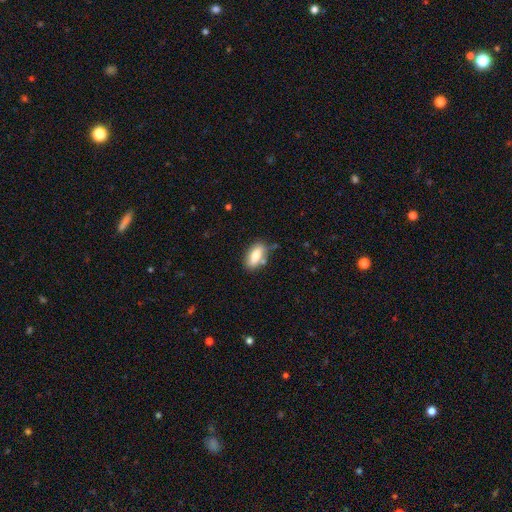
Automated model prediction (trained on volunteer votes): Smooth or featured?
  - smooth: 75% *
  - featured or disk: 17%
  - star or artifact: 7%
How rounded?
  - in between: 87% *
  - cigar-shaped: 9%
  - round: 4%
Merging?
  - none: 74% *
  - minor disturbance: 16%
  - merger: 7%
  - major disturbance: 4%